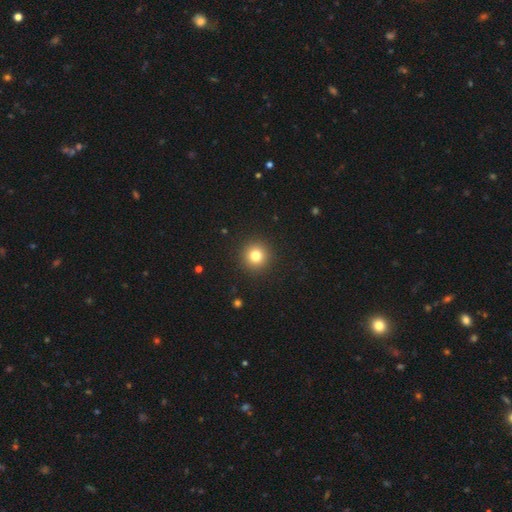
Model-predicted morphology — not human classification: smooth 80%, star or artifact 13%, featured or disk 7%. Down the decision tree: how rounded — round (95%); merging — none (92%).